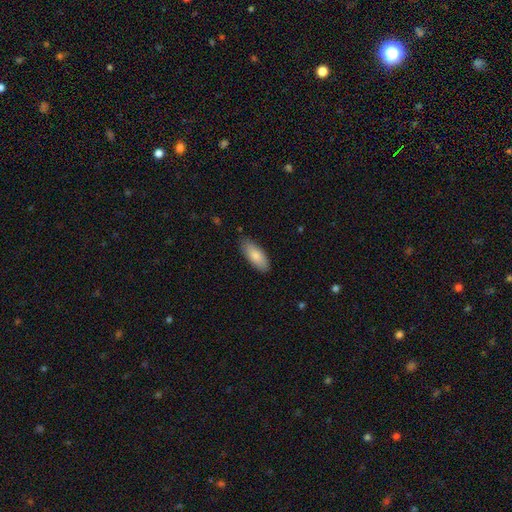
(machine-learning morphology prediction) Smooth or featured: smooth — 83% (featured or disk — 11%)
How rounded: in between — 81% (cigar-shaped — 18%)
Merging: none — 83% (minor disturbance — 13%)